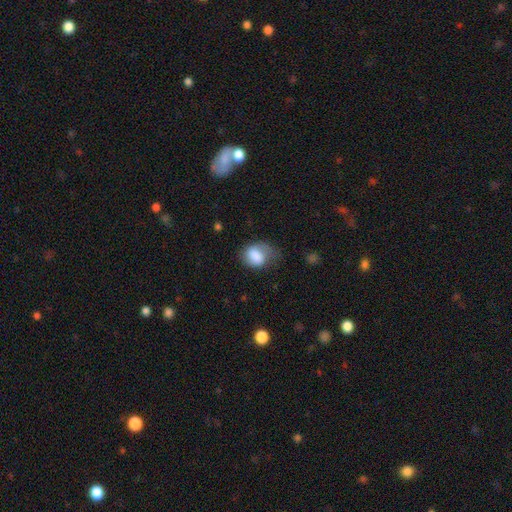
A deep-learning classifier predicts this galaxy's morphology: smooth_or_featured: smooth (p=0.79) [alt: featured or disk p=0.14]
how_rounded: in between (p=0.63) [alt: round p=0.35]
merging: none (p=0.36) [tied with: minor disturbance p=0.36]